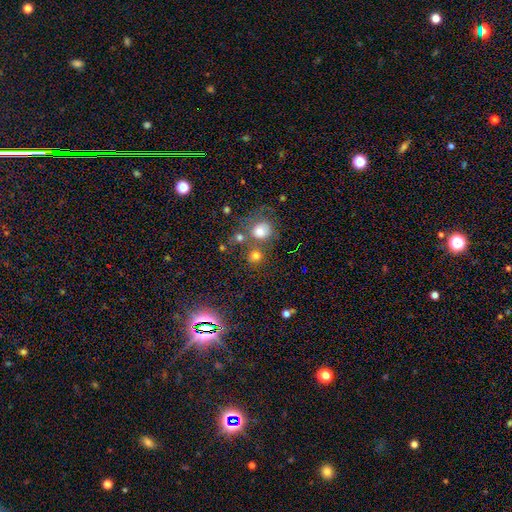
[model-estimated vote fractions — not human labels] Overall: smooth (72%). How rounded: round (79%). Merging: none (59%; merger 26%).